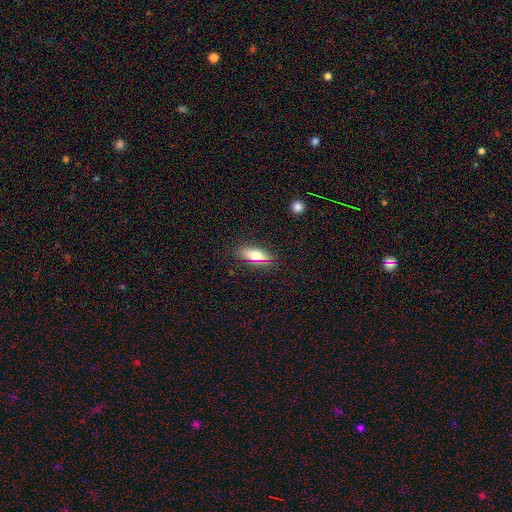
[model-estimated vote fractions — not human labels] Q: Smooth or featured?
A: smooth (64%); runner-up: featured or disk (25%)
Q: How rounded?
A: in between (69%); runner-up: cigar-shaped (25%)
Q: Merging?
A: none (84%); runner-up: minor disturbance (11%)